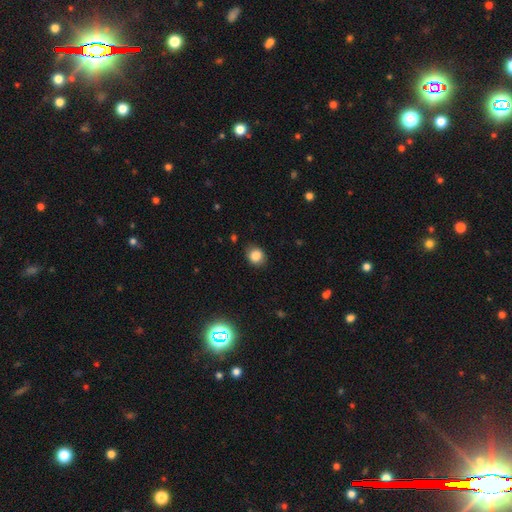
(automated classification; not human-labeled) Smooth or featured? smooth (84%)
How rounded? round (70%)
Merging? none (84%)